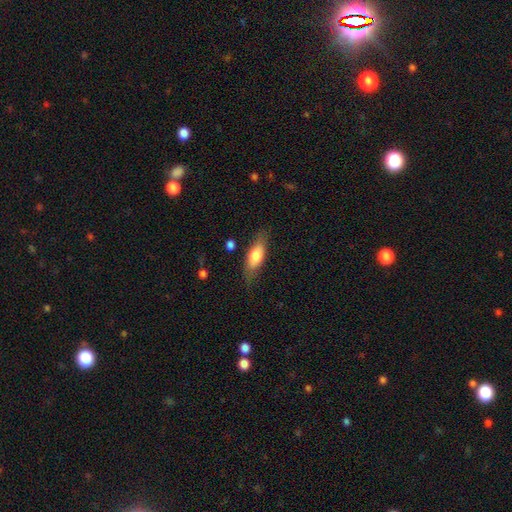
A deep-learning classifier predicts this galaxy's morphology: A smooth galaxy with no disk features (73%) that is in between round and cigar-shaped (69%). Merging: none (76%).